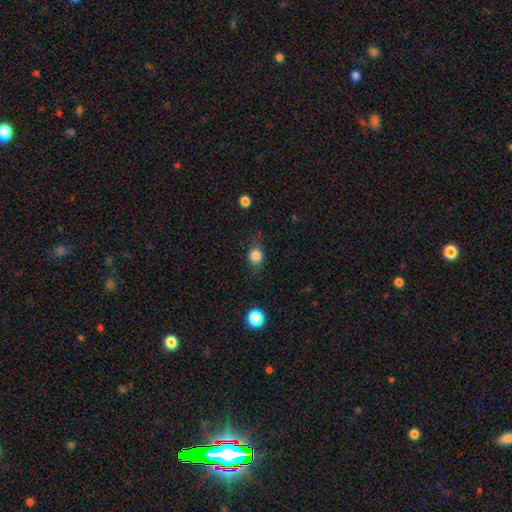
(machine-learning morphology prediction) A smooth galaxy with no disk features (83%) that is round (61%).

Vote fractions:
- Smooth or featured? smooth: 83% / star or artifact: 10% / featured or disk: 7%
- How rounded? round: 61% / in between: 38% / cigar-shaped: 2%
- Merging? none: 73% / minor disturbance: 19% / major disturbance: 6% / merger: 2%